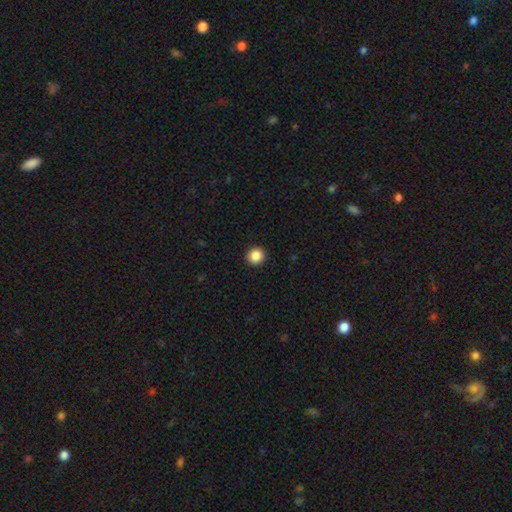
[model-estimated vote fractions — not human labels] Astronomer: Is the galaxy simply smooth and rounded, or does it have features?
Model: smooth — 88%.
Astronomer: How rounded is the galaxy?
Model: round — 91%.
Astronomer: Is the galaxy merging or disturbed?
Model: none — 93%.